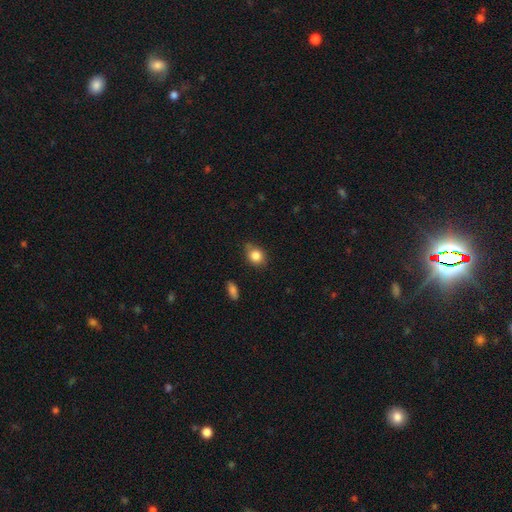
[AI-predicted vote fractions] Q: Smooth or featured?
A: smooth (84%); runner-up: star or artifact (9%)
Q: How rounded?
A: round (57%); runner-up: in between (42%)
Q: Merging?
A: none (68%); runner-up: minor disturbance (24%)